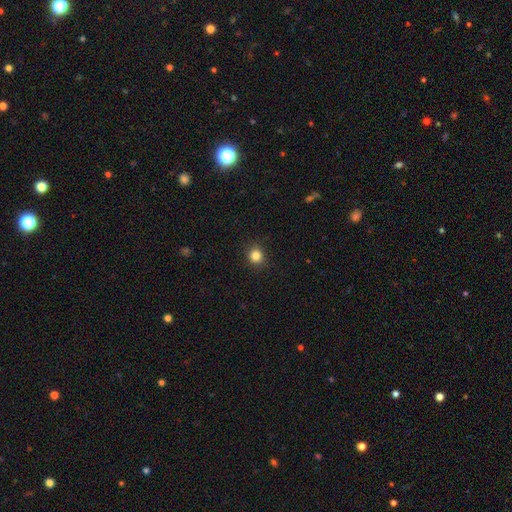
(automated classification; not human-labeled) Smooth or featured: smooth — 84% (star or artifact — 12%)
How rounded: round — 89% (in between — 10%)
Merging: none — 90% (minor disturbance — 7%)